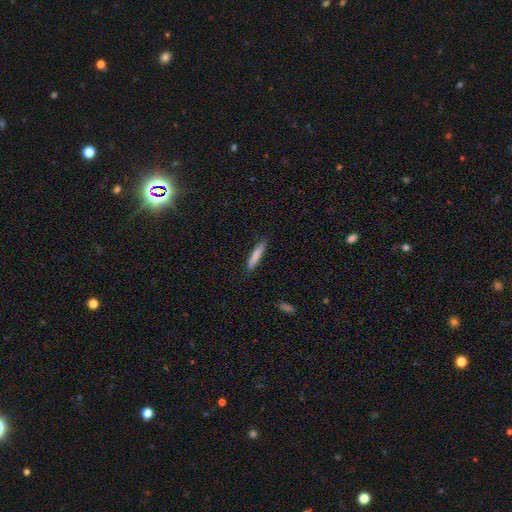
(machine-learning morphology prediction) The model was most divided on "smooth or featured": smooth: 79%, featured or disk: 15%, star or artifact: 6%. More confident: how rounded — cigar-shaped (91%); merging — none (86%).